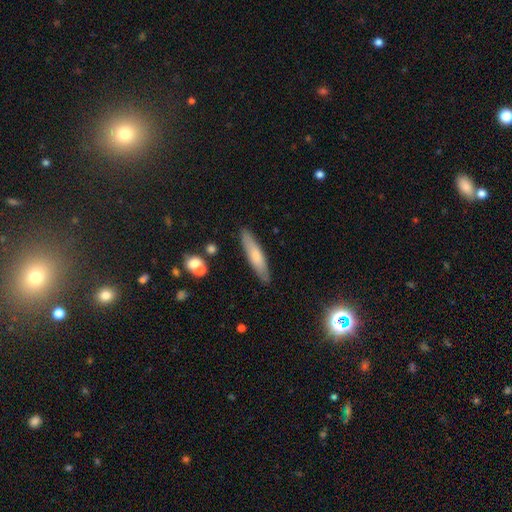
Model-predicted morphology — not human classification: type=smooth (66%); roundness=cigar-shaped (83%); merging=none (87%).